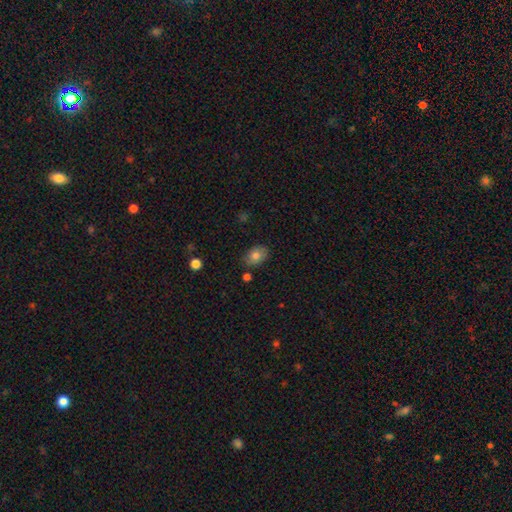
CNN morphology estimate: A smooth galaxy with no disk features (80%) that is in between round and cigar-shaped (80%).

Vote fractions:
- Smooth or featured? smooth: 80% / featured or disk: 11% / star or artifact: 9%
- How rounded? in between: 80% / round: 18% / cigar-shaped: 1%
- Merging? none: 80% / minor disturbance: 15% / merger: 3% / major disturbance: 3%